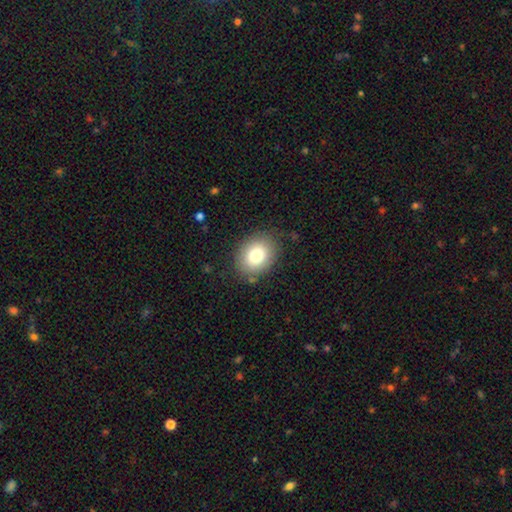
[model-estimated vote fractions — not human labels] Smooth or featured: smooth — 79% (featured or disk — 12%)
How rounded: in between — 54% (round — 45%)
Merging: none — 84% (minor disturbance — 11%)